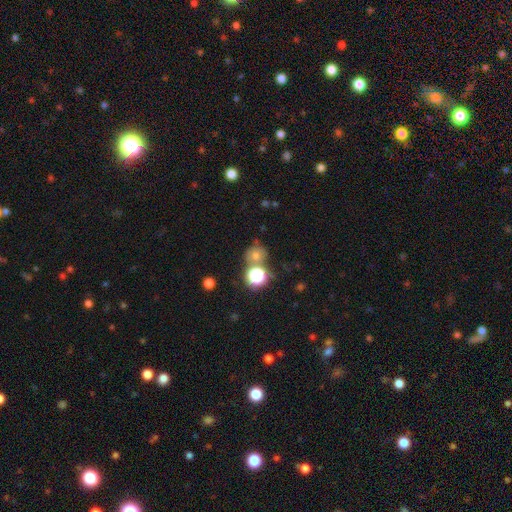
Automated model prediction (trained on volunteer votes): This appears to be a smooth galaxy with no disk features (55%) that is round (84%). Merging: none (64%).